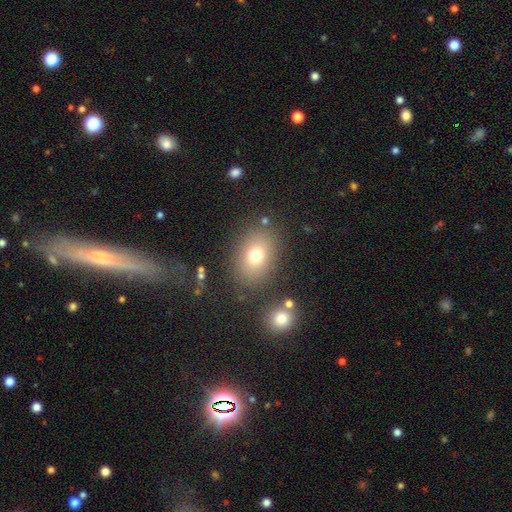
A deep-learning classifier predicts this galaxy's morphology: The model was most divided on "how rounded": in between: 63%, round: 36%, cigar-shaped: 1%. More confident: merging — none (81%); smooth or featured — smooth (74%).